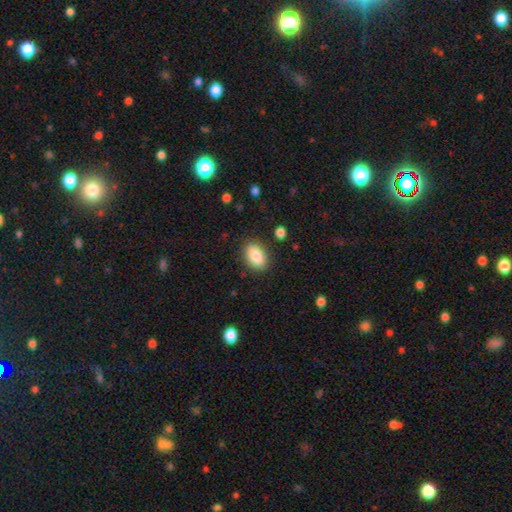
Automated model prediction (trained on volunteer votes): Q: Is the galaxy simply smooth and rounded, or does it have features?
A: smooth — 85%.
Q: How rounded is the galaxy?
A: in between — 85%.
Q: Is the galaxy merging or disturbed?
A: none — 86%.